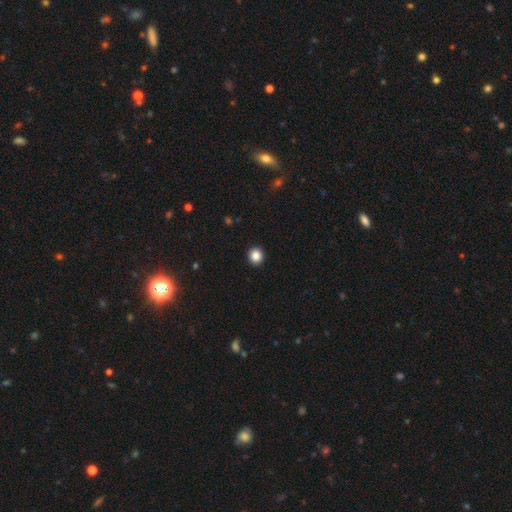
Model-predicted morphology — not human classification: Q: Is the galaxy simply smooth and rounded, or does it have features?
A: smooth — 86%.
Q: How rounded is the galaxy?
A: round — 90%.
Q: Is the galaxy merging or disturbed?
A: none — 93%.